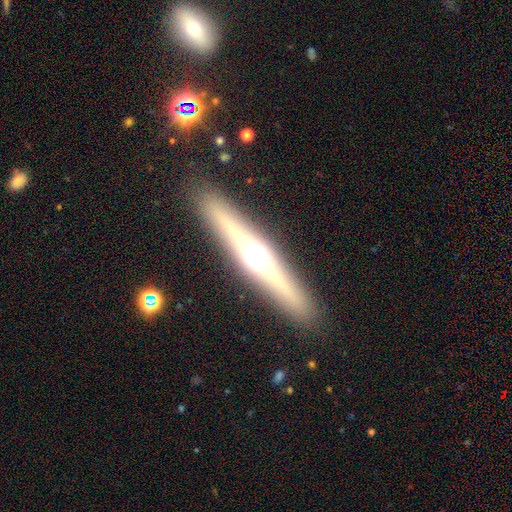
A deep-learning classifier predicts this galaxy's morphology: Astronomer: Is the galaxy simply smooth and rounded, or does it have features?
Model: featured or disk — 72%.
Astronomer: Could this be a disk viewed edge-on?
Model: yes — 97%.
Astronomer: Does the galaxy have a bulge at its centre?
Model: rounded — 85%.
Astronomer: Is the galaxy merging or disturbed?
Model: none — 90%.